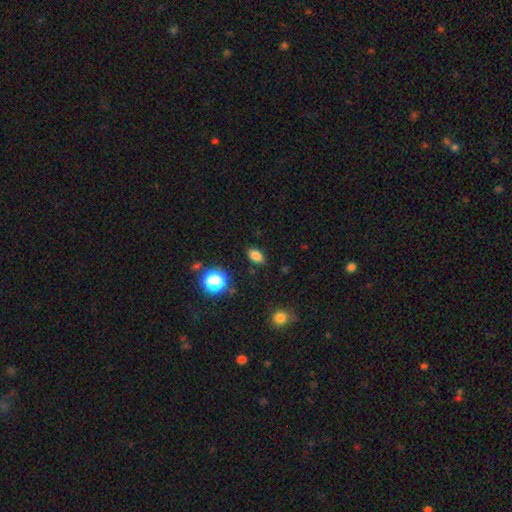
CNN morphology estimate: The model was most divided on "smooth or featured": smooth: 80%, star or artifact: 14%, featured or disk: 5%. More confident: merging — none (87%); how rounded — in between (85%).